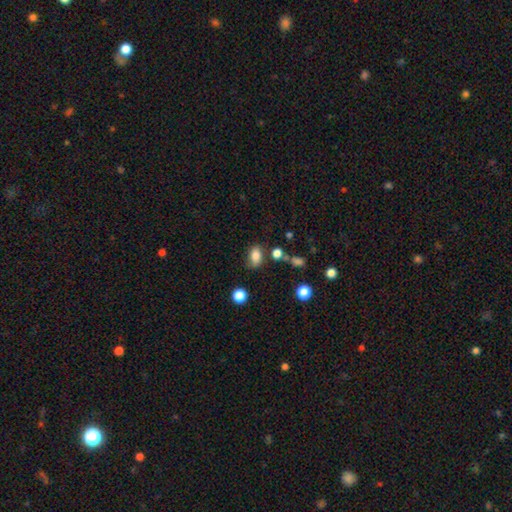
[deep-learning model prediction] This appears to be a smooth galaxy with no disk features (82%) that is in between round and cigar-shaped (82%). Merging: none (71%).